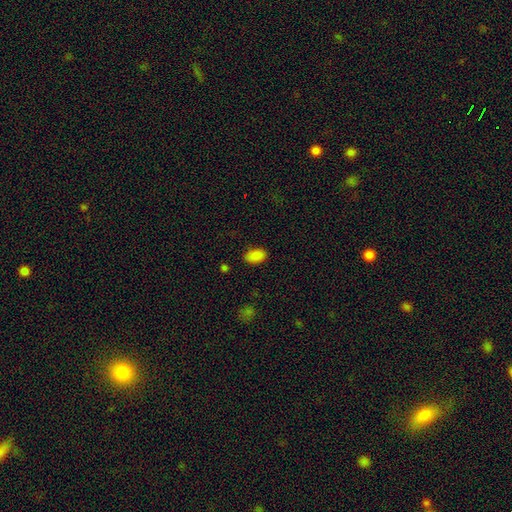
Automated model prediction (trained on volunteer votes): A smooth galaxy with no disk features (87%) that is in between round and cigar-shaped (92%). Merging: none (85%).